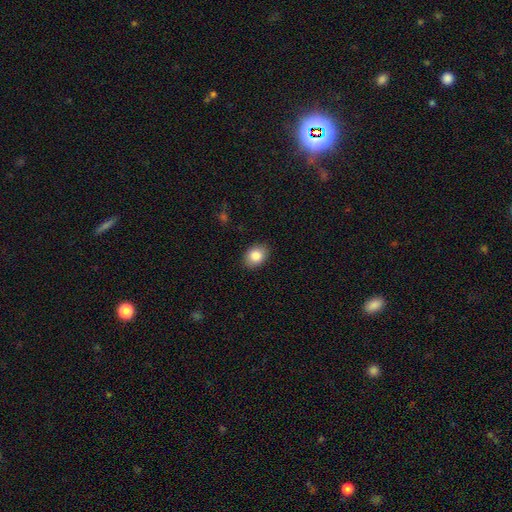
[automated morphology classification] smooth_or_featured: smooth (p=0.85) [alt: star or artifact p=0.08]
how_rounded: in between (p=0.67) [alt: round p=0.32]
merging: none (p=0.88) [alt: minor disturbance p=0.09]